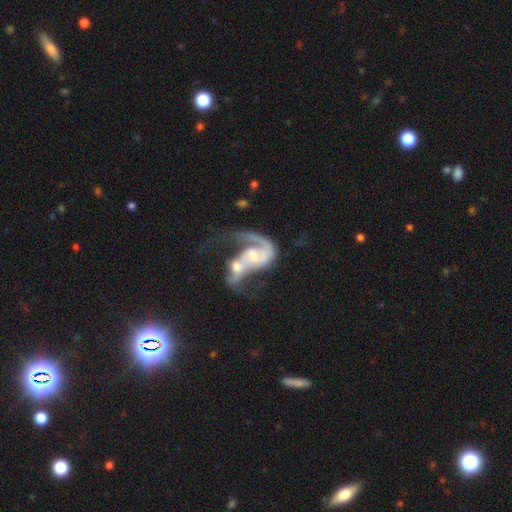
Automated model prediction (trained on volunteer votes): The model was most divided on "spiral arm count": 1: 47%, 2: 39%, can't tell: 10%, 3: 2%, 4: 1%, more than 4: 1%. Remaining: edge-on disk — no (97%); spiral arms — yes (85%); smooth or featured — featured or disk (79%); merging — merger (72%); bar — no (57%); spiral winding — loose (53%); bulge size — moderate (46%).